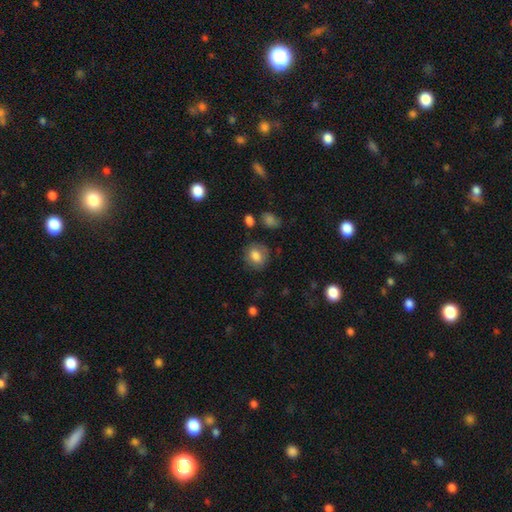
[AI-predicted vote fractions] Morphology: type=smooth (80%); roundness=round (75%); merging=none (79%).